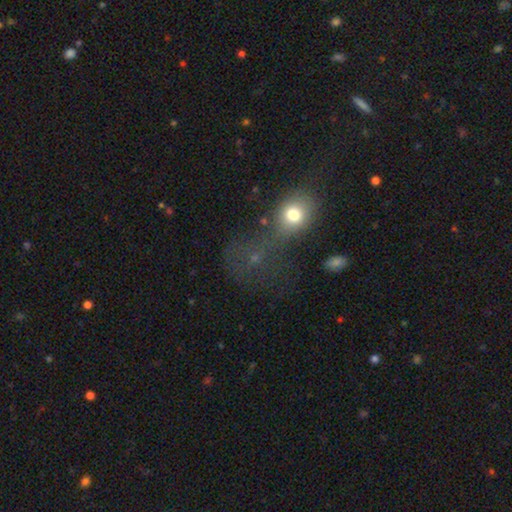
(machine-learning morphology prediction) This is possibly a smooth galaxy (54%). How rounded: likely round (70%). Merging: marginally merger (33%, tied with none).